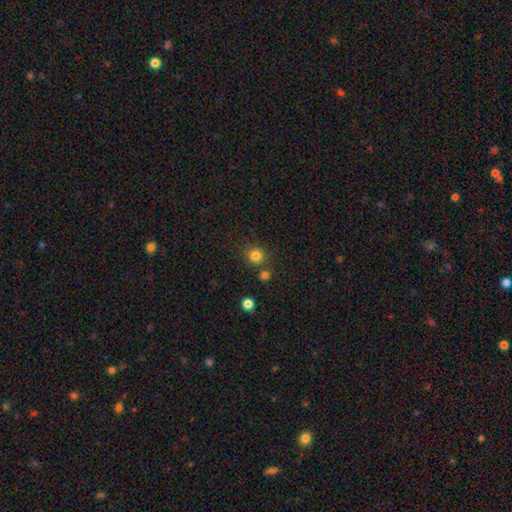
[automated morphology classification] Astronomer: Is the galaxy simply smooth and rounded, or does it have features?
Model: smooth — 82%.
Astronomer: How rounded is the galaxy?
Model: round — 88%.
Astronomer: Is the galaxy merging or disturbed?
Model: none — 80%.